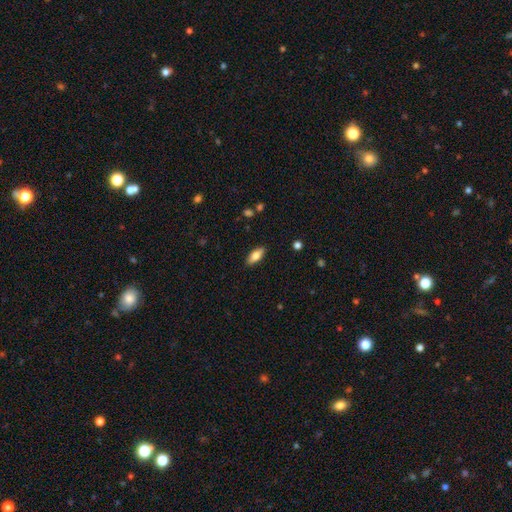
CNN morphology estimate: smooth-or-featured: smooth: 75% | featured or disk: 19% | star or artifact: 7%
  how-rounded: in between: 78% | cigar-shaped: 20% | round: 2%
  merging: none: 88% | minor disturbance: 9% | major disturbance: 2% | merger: 1%